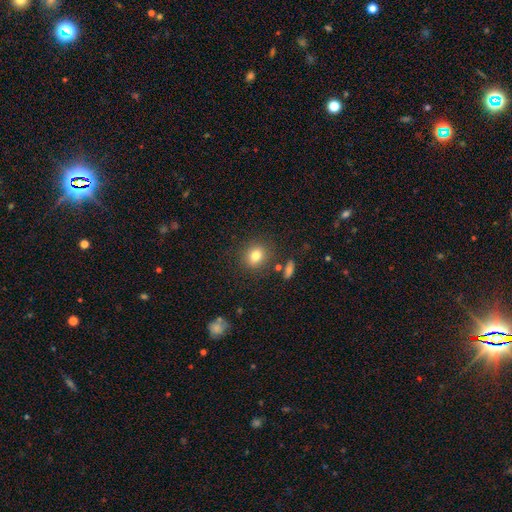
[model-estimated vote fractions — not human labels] A smooth galaxy with no disk features (80%) that is round (65%).

Vote fractions:
- Smooth or featured? smooth: 80% / star or artifact: 11% / featured or disk: 9%
- How rounded? round: 65% / in between: 34% / cigar-shaped: 1%
- Merging? none: 83% / minor disturbance: 10% / merger: 4% / major disturbance: 3%